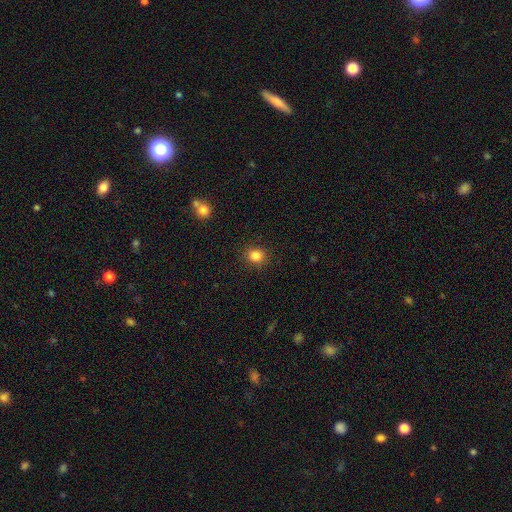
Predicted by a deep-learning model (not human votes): Smooth or featured? smooth (85%)
How rounded? round (78%)
Merging? none (89%)